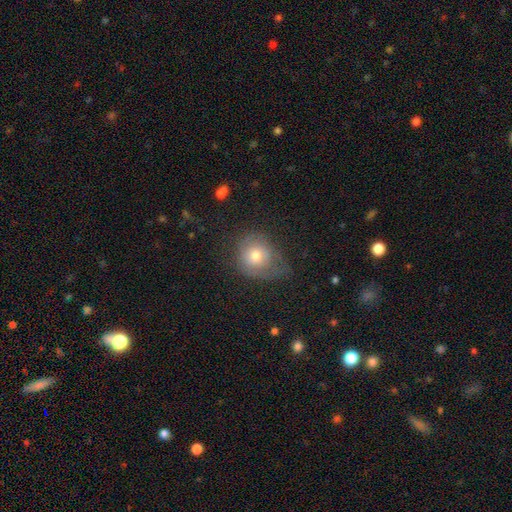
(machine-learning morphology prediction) Q: Smooth or featured?
A: smooth (66%); runner-up: featured or disk (25%)
Q: How rounded?
A: round (69%); runner-up: in between (30%)
Q: Merging?
A: none (39%); runner-up: minor disturbance (33%)